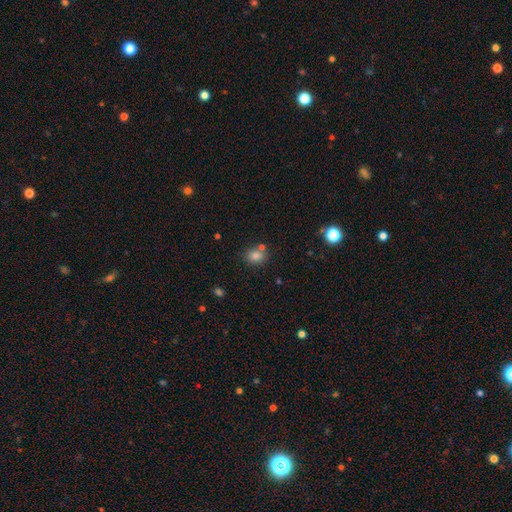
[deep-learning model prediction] smooth-or-featured: smooth: 80% | star or artifact: 13% | featured or disk: 7%
  how-rounded: round: 63% | in between: 36% | cigar-shaped: 1%
  merging: none: 69% | merger: 15% | minor disturbance: 12% | major disturbance: 4%